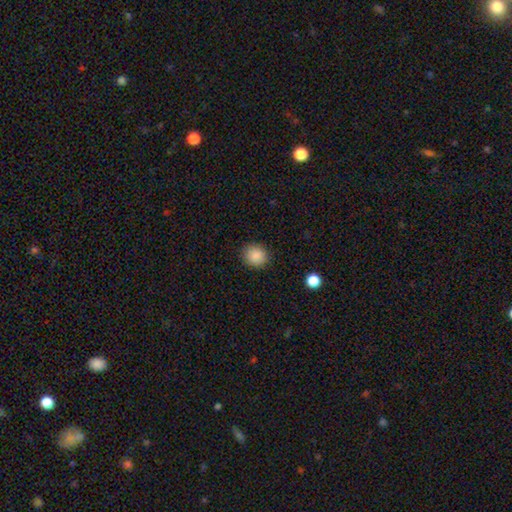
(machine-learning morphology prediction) A smooth galaxy with no disk features (87%) that is round (78%).

Vote fractions:
- Smooth or featured? smooth: 87% / star or artifact: 9% / featured or disk: 4%
- How rounded? round: 78% / in between: 21% / cigar-shaped: 1%
- Merging? none: 89% / minor disturbance: 8% / major disturbance: 2% / merger: 1%